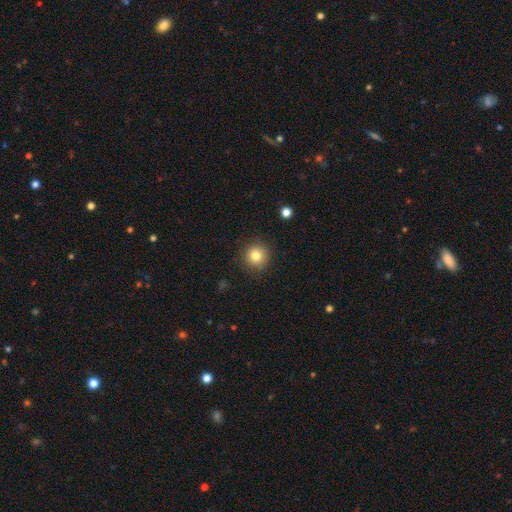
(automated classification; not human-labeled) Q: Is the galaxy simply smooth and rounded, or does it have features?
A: smooth — 81%.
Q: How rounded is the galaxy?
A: round — 94%.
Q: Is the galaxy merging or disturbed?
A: none — 89%.